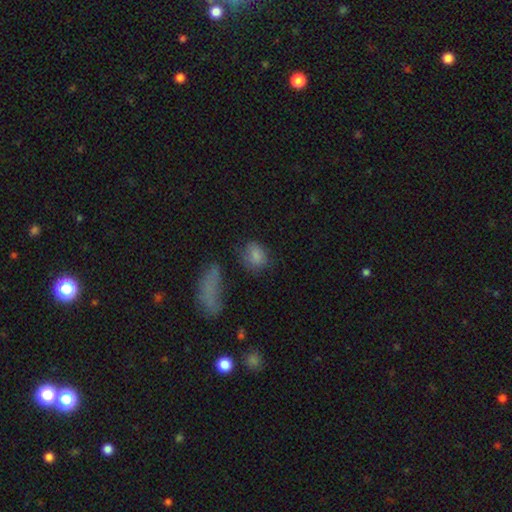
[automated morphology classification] This is clearly a smooth galaxy (81%). How rounded: possibly in between (56%). Merging: likely none (60%).